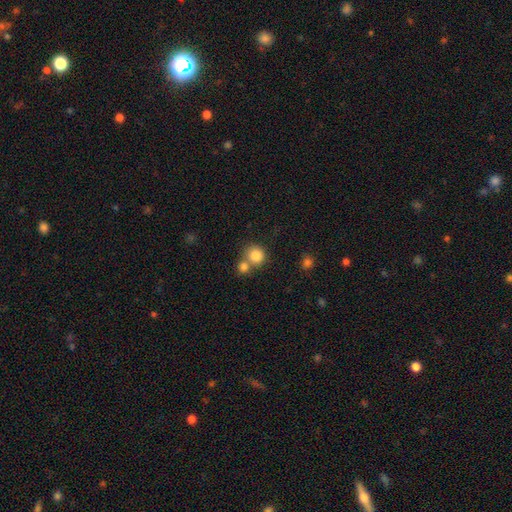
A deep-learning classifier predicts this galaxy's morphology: Smooth or featured?
  - smooth: 84% *
  - star or artifact: 10%
  - featured or disk: 6%
How rounded?
  - round: 88% *
  - in between: 11%
  - cigar-shaped: 1%
Merging?
  - none: 53% *
  - merger: 36%
  - minor disturbance: 8%
  - major disturbance: 3%